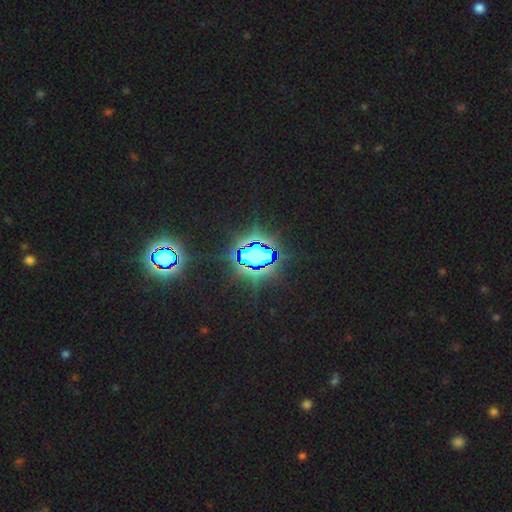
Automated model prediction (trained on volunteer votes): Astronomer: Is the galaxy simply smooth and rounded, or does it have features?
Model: star or artifact — 77%.